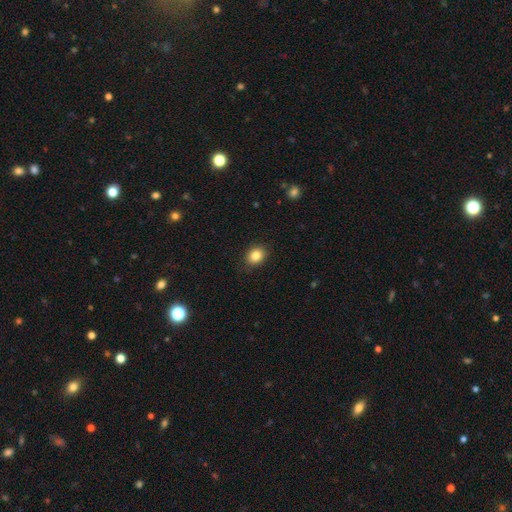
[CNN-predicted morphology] type=smooth (84%); roundness=round (59%); merging=none (87%).